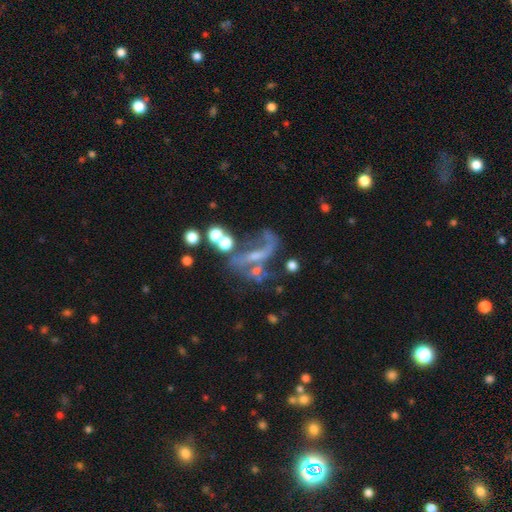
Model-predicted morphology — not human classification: Smooth or featured? featured or disk (62%)
Edge-on disk? no (89%)
Bar? no (45%)
Spiral arms? yes (56%)
Bulge size? small (42%)
Merging? major disturbance (35%)